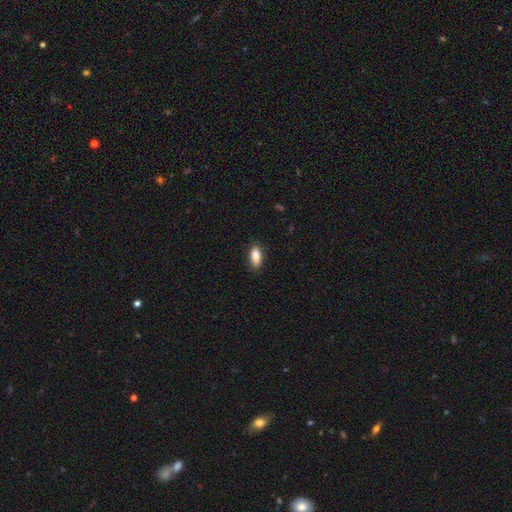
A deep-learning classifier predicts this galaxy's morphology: Smooth or featured?
  - smooth: 85% *
  - featured or disk: 8%
  - star or artifact: 7%
How rounded?
  - in between: 83% *
  - cigar-shaped: 14%
  - round: 3%
Merging?
  - none: 83% *
  - minor disturbance: 13%
  - major disturbance: 3%
  - merger: 1%